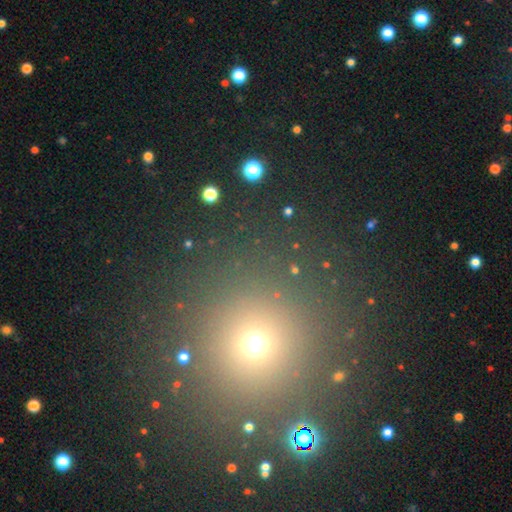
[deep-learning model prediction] Q: Smooth or featured?
A: smooth (53%); runner-up: star or artifact (40%)
Q: How rounded?
A: round (94%); runner-up: in between (5%)
Q: Merging?
A: none (89%); runner-up: minor disturbance (6%)